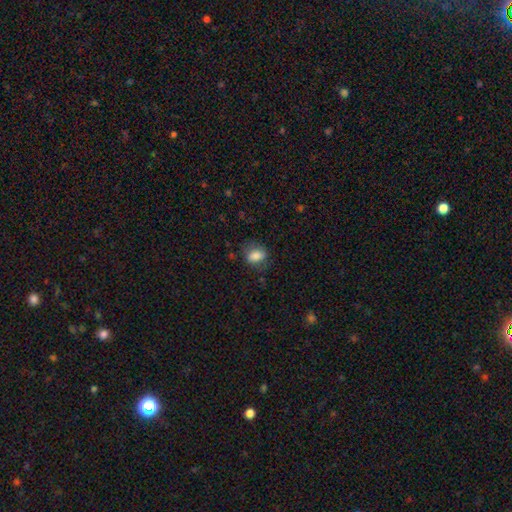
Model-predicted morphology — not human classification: This is clearly a smooth galaxy (82%). How rounded: likely in between (76%). Merging: likely none (72%).